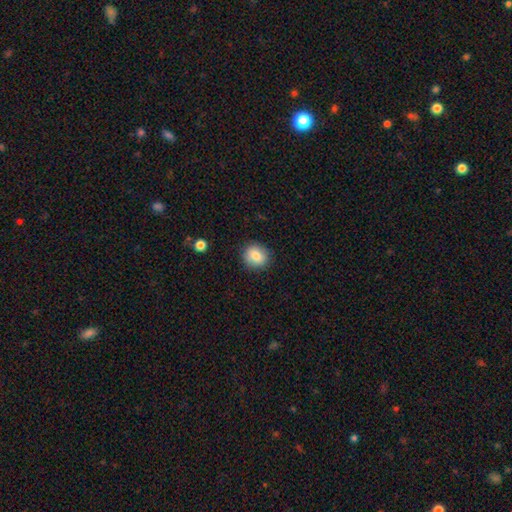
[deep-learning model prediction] This is clearly a smooth galaxy (81%). How rounded: likely round (76%). Merging: clearly none (88%).